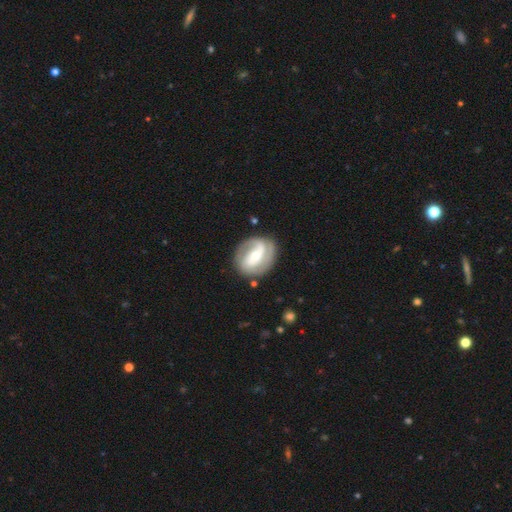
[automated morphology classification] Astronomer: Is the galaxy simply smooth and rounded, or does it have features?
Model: featured or disk — 82%.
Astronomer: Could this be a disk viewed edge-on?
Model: no — 97%.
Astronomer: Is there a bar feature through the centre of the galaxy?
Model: strong — 39% (runner-up: weak, 36%).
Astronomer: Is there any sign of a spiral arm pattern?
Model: yes — 92%.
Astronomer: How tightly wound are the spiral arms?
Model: tight — 42% (runner-up: medium, 41%).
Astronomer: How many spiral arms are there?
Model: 2 — 74%.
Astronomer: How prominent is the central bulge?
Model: moderate — 48% (runner-up: small, 46%).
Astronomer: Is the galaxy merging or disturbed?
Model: none — 77%.